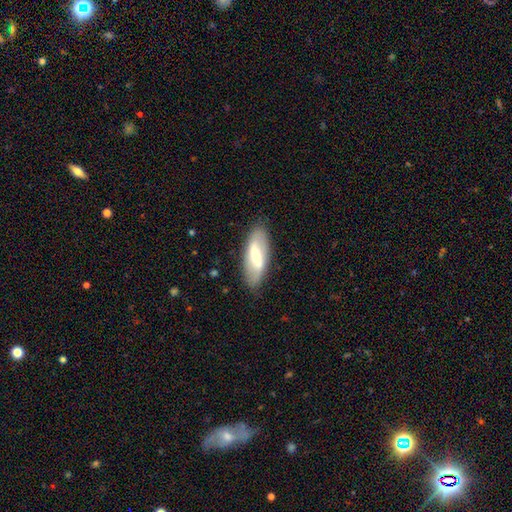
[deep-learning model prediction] The model was most divided on "smooth or featured": featured or disk: 50%, smooth: 43%, star or artifact: 6%. More confident: merging — none (83%); edge-on disk — no (78%).